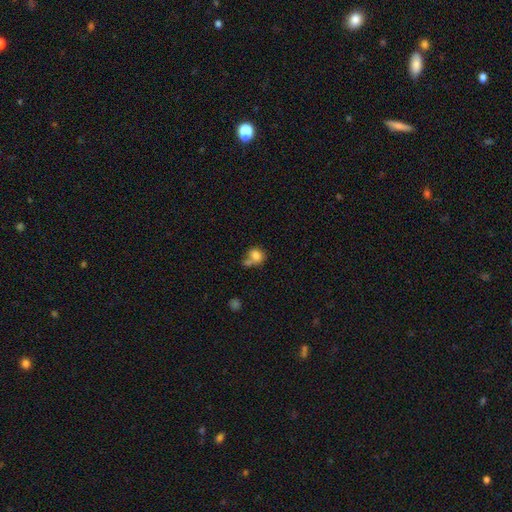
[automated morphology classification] The model was most divided on "merging": merger: 38%, none: 36%, minor disturbance: 16%, major disturbance: 9%. More confident: smooth or featured — smooth (79%); how rounded — round (62%).